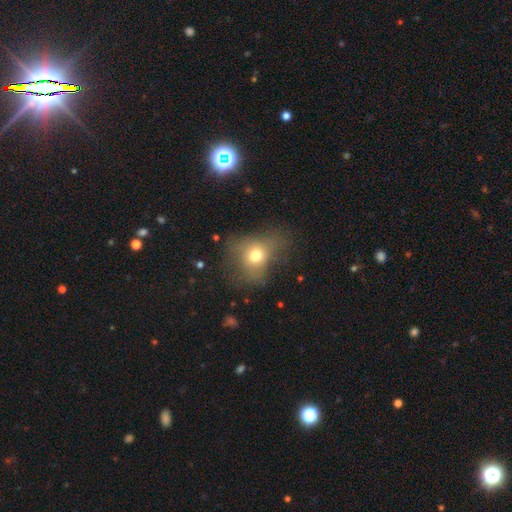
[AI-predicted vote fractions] smooth-or-featured: smooth: 65% | featured or disk: 19% | star or artifact: 15%
  how-rounded: round: 57% | in between: 42% | cigar-shaped: 1%
  merging: none: 42% | major disturbance: 29% | minor disturbance: 26% | merger: 3%